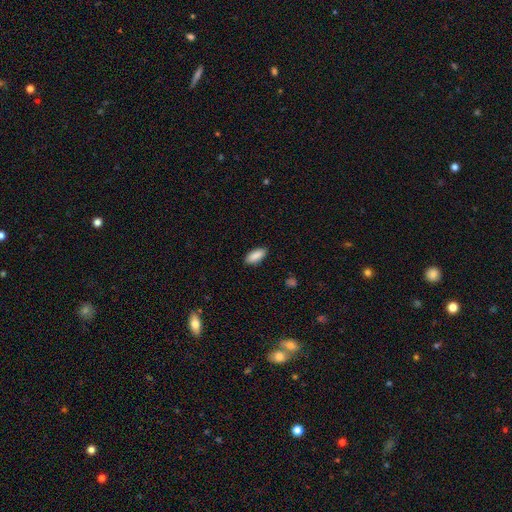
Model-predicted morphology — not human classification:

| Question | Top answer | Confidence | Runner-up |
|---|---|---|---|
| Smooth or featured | smooth | 89% | star or artifact (6%) |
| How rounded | in between | 80% | cigar-shaped (18%) |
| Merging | none | 88% | minor disturbance (9%) |